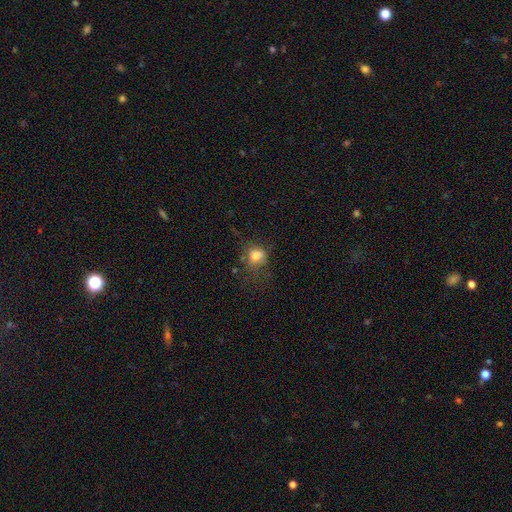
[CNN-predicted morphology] smooth-or-featured: smooth: 76% | star or artifact: 13% | featured or disk: 12%
  how-rounded: round: 60% | in between: 39% | cigar-shaped: 1%
  merging: none: 49% | minor disturbance: 26% | major disturbance: 21% | merger: 4%